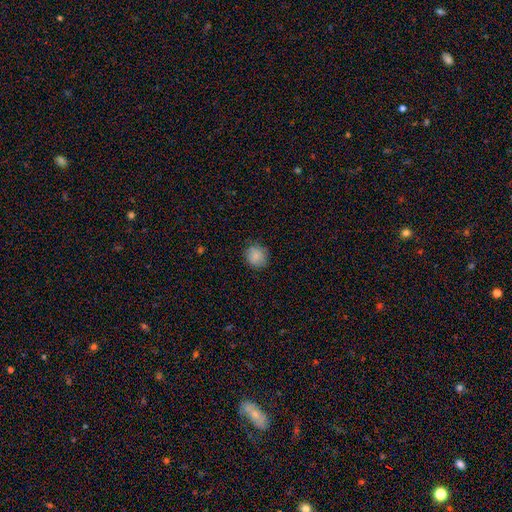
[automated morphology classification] smooth_or_featured: smooth (p=0.86) [alt: star or artifact p=0.09]
how_rounded: round (p=0.83) [alt: in between p=0.16]
merging: none (p=0.83) [alt: minor disturbance p=0.13]